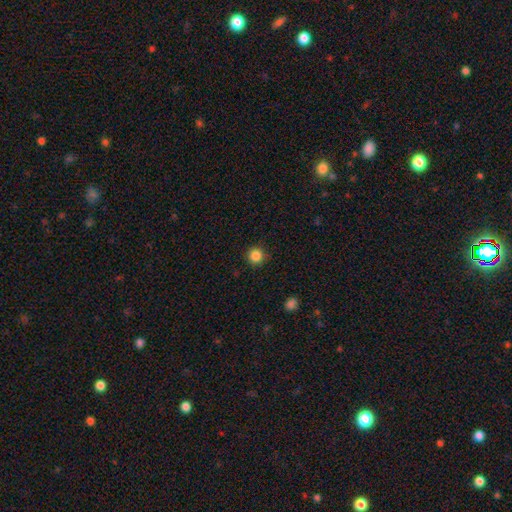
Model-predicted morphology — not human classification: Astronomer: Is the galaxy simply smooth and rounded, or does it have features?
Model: smooth — 85%.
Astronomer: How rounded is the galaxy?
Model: round — 95%.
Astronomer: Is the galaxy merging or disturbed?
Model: none — 91%.